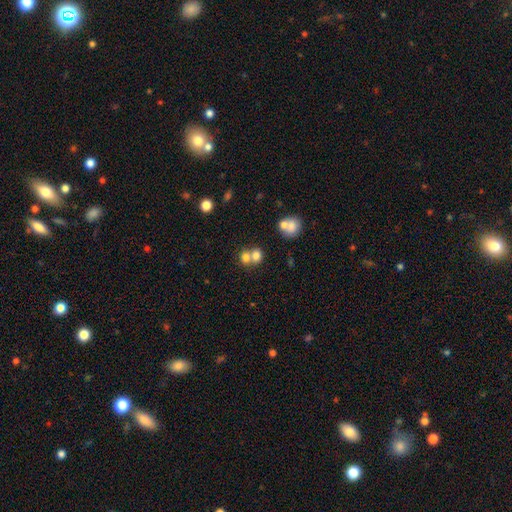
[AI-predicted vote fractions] Smooth or featured: smooth — 75% (featured or disk — 13%)
How rounded: round — 73% (in between — 26%)
Merging: merger — 58% (none — 34%)